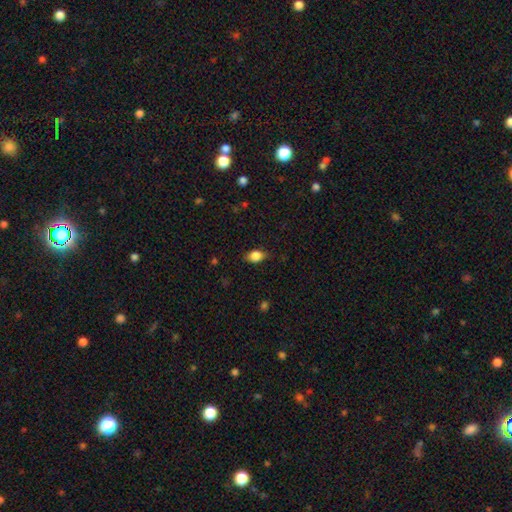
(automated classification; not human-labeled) Q: Smooth or featured?
A: smooth (84%); runner-up: star or artifact (8%)
Q: How rounded?
A: in between (79%); runner-up: round (18%)
Q: Merging?
A: none (77%); runner-up: minor disturbance (18%)